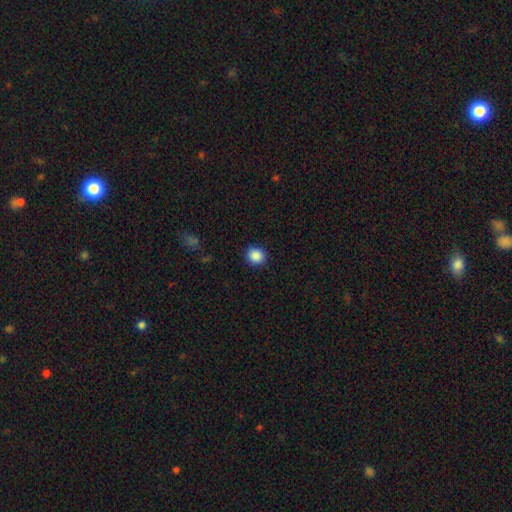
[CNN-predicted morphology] type=smooth (88%); roundness=round (85%); merging=none (89%).